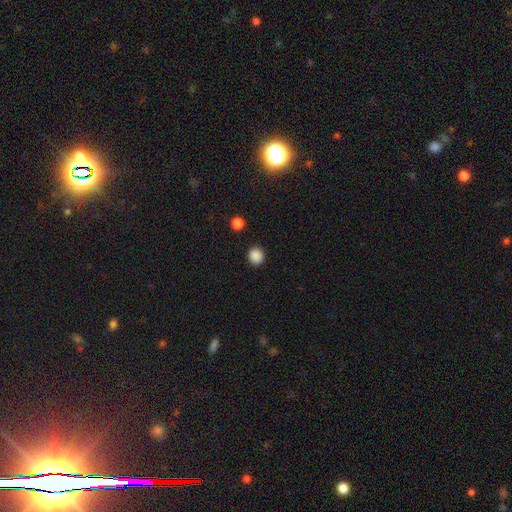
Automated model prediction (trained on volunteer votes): smooth 87%, star or artifact 10%, featured or disk 2%. Down the decision tree: how rounded — round (90%); merging — none (91%).